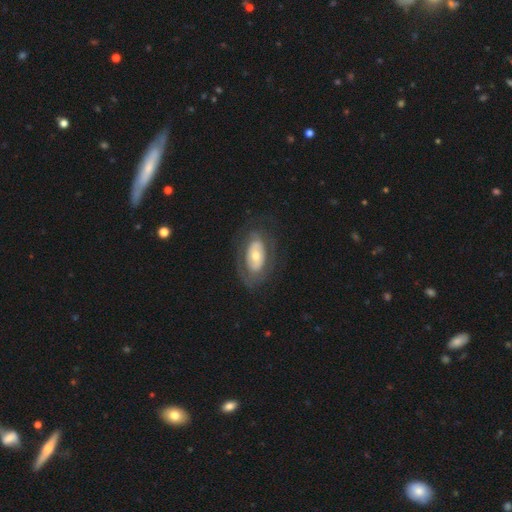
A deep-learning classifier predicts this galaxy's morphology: A featured or disk galaxy (61%) with no bar (77%), no spiral arms (59%) and a moderate central bulge (54%).

Vote fractions:
- Smooth or featured? featured or disk: 61% / smooth: 33% / star or artifact: 6%
- Edge-on disk? no: 92% / yes: 8%
- Bar? no: 77% / weak: 16% / strong: 8%
- Spiral arms? no: 59% / yes: 41%
- Bulge size? moderate: 54% / small: 35% / large: 8% / dominant: 1% / none: 1%
- Merging? none: 73% / minor disturbance: 15% / major disturbance: 11% / merger: 1%